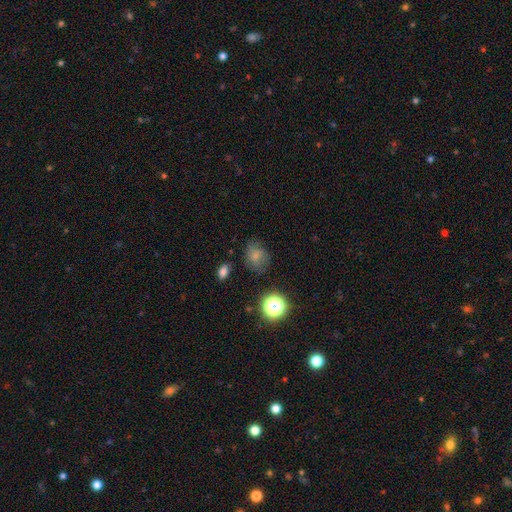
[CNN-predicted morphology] Smooth or featured? Predicted: smooth (p=0.67). How rounded? Predicted: round (p=0.60). Merging? Predicted: none (p=0.64).